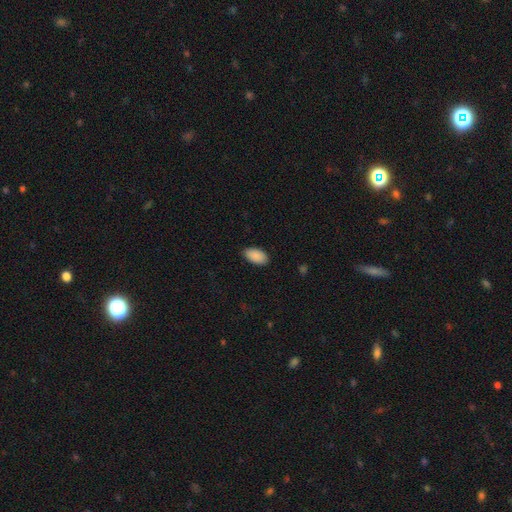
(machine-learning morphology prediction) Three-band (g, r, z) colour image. It shows a smooth galaxy with no disk features (90%) that is in between round and cigar-shaped (95%). Merging: none (88%).